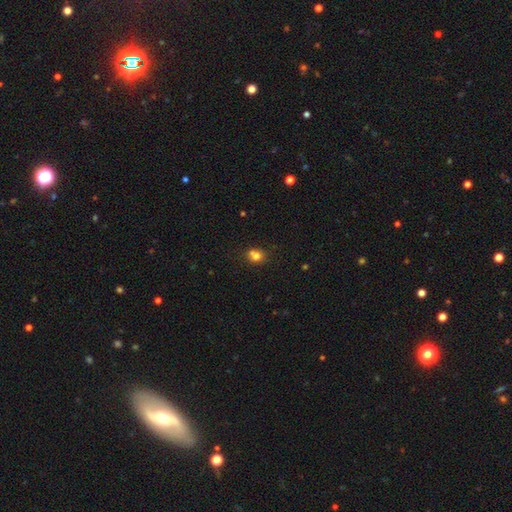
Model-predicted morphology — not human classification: Q: Smooth or featured?
A: smooth (75%); runner-up: star or artifact (13%)
Q: How rounded?
A: round (70%); runner-up: in between (29%)
Q: Merging?
A: none (53%); runner-up: merger (30%)